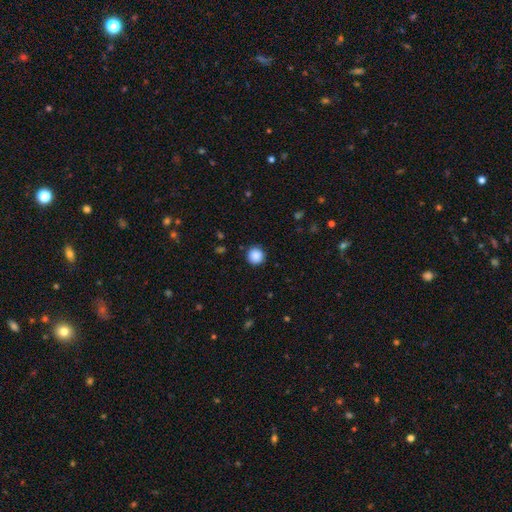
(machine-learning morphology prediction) smooth-or-featured: smooth: 88% | star or artifact: 9% | featured or disk: 3%
  how-rounded: round: 95% | in between: 4% | cigar-shaped: 1%
  merging: none: 90% | minor disturbance: 7% | major disturbance: 2% | merger: 1%